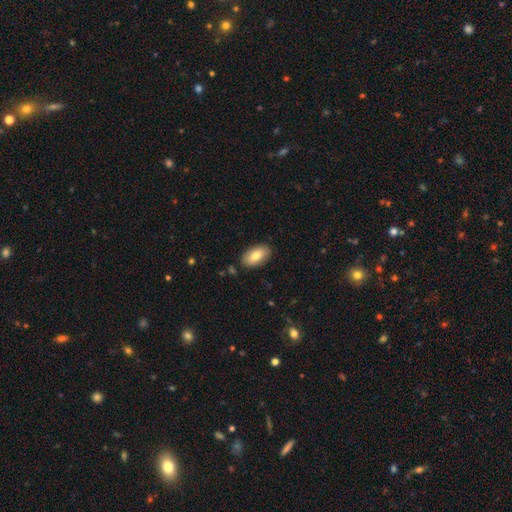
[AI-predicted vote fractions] Smooth or featured: smooth — 80% (featured or disk — 14%)
How rounded: in between — 93% (cigar-shaped — 3%)
Merging: none — 87% (minor disturbance — 10%)